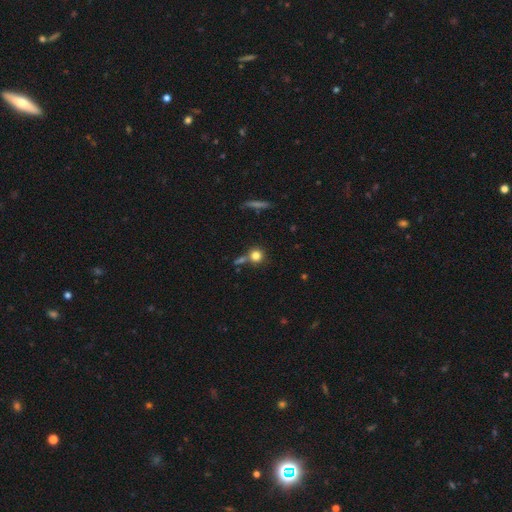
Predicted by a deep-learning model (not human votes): This is likely a smooth galaxy (79%). How rounded: clearly round (90%). Merging: likely none (65%).